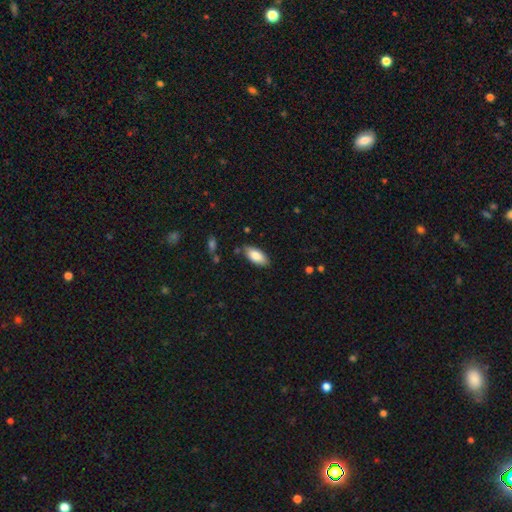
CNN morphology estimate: Q: Smooth or featured?
A: smooth (85%); runner-up: featured or disk (9%)
Q: How rounded?
A: in between (89%); runner-up: cigar-shaped (9%)
Q: Merging?
A: none (83%); runner-up: minor disturbance (13%)